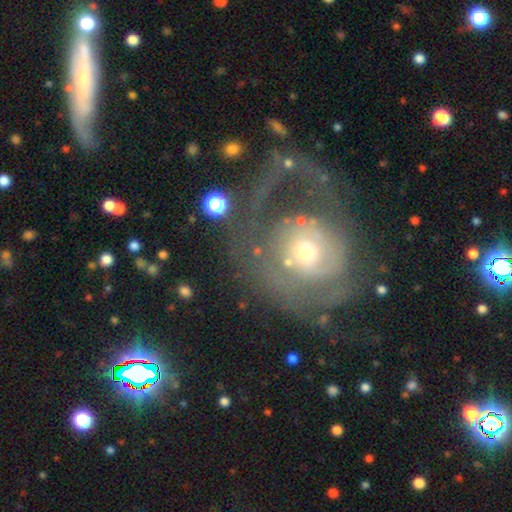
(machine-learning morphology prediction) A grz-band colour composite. It shows a featured or disk galaxy (67%) with no bar (76%), spiral arms (64%) and a moderate central bulge (50%). Merging: major disturbance (45%).